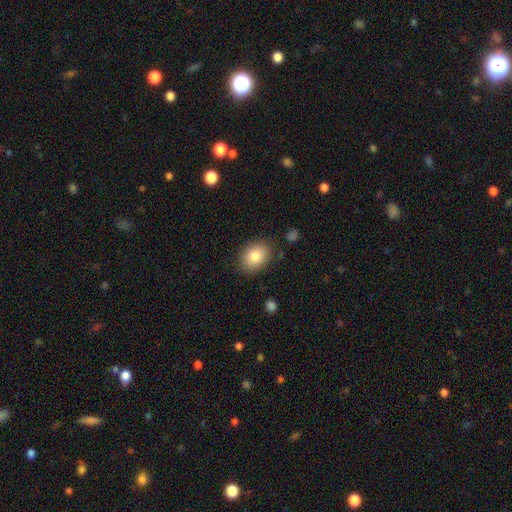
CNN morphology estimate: A smooth galaxy with no disk features (81%) that is in between round and cigar-shaped (67%).

Vote fractions:
- Smooth or featured? smooth: 81% / star or artifact: 9% / featured or disk: 9%
- How rounded? in between: 67% / round: 32% / cigar-shaped: 1%
- Merging? none: 86% / minor disturbance: 10% / major disturbance: 2% / merger: 2%